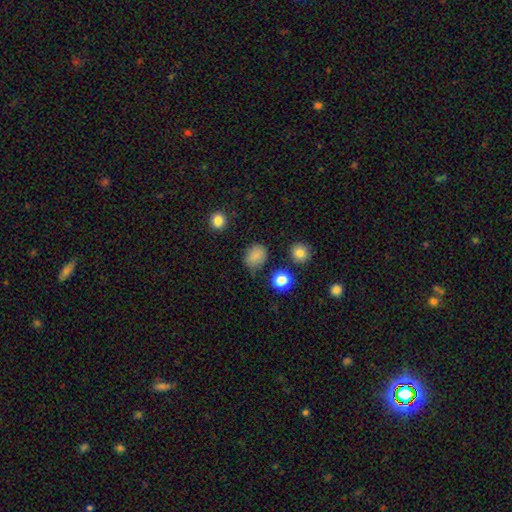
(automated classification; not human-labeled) This appears to be a smooth galaxy with no disk features (82%) that is round (51%). Merging: none (74%).